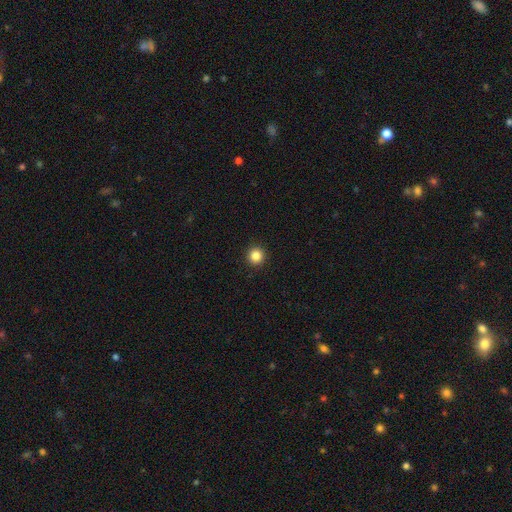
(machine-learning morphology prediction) type=smooth (85%); roundness=round (96%); merging=none (93%).